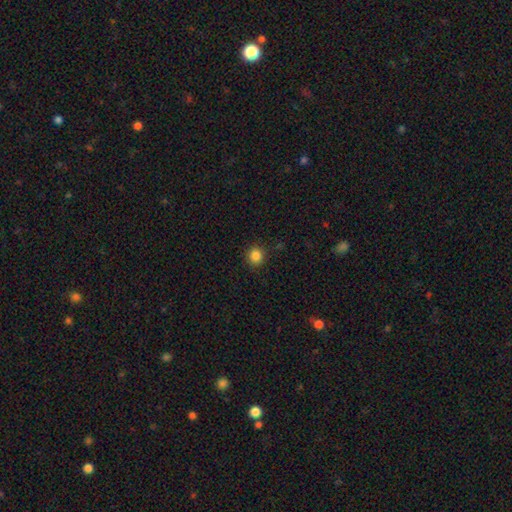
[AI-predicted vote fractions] Overall: smooth (85%). How rounded: round (88%). Merging: none (90%).